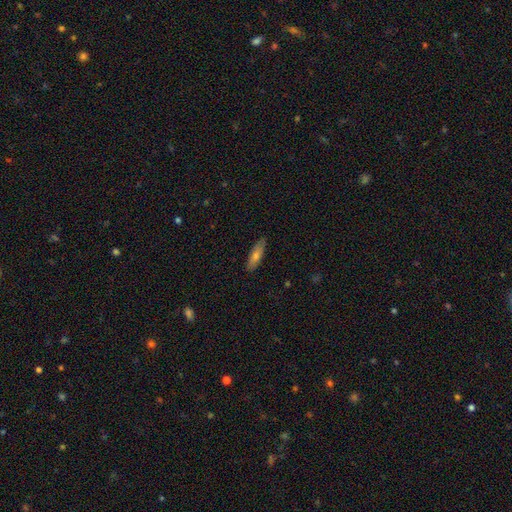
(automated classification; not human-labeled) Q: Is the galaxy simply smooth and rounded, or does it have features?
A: smooth — 61%.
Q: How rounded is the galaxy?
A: cigar-shaped — 57%.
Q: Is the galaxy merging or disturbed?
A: none — 85%.